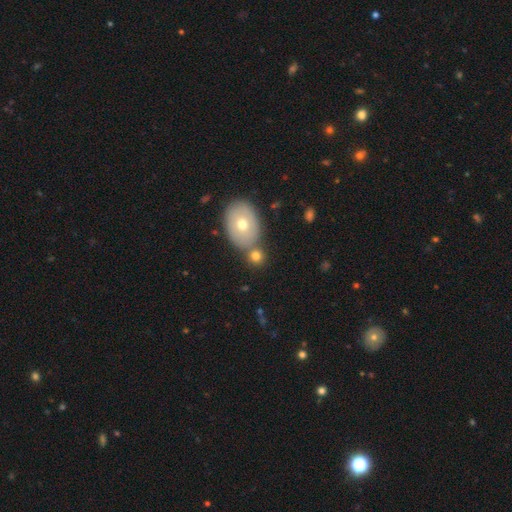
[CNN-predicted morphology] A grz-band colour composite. It shows a smooth galaxy with no disk features (74%) that is round (70%). Merging: none (59%).